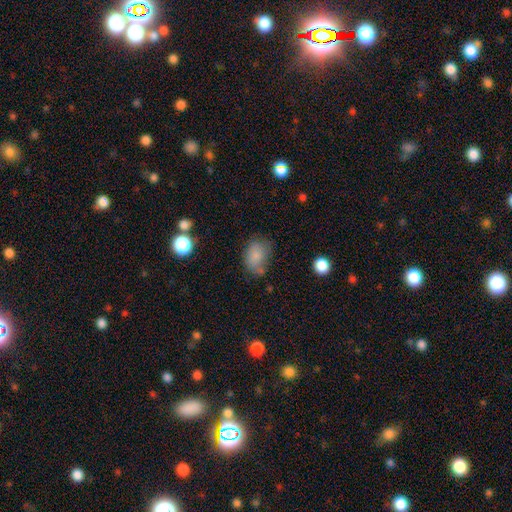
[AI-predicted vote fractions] smooth 80%, featured or disk 10%, star or artifact 10%. Down the decision tree: how rounded — in between (74%); merging — none (55%).